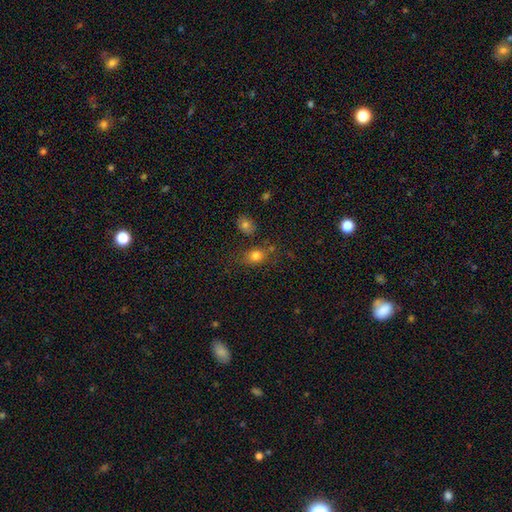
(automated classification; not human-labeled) smooth_or_featured: smooth (p=0.79) [alt: star or artifact p=0.13]
how_rounded: in between (p=0.52) [alt: round p=0.46]
merging: none (p=0.65) [alt: minor disturbance p=0.18]